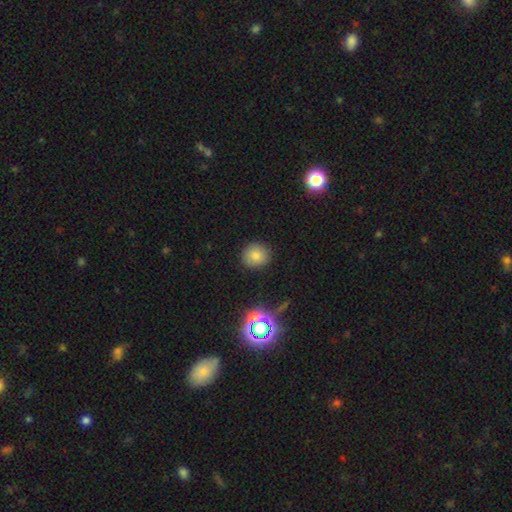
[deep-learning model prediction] Smooth or featured?
  - smooth: 77% *
  - star or artifact: 15%
  - featured or disk: 8%
How rounded?
  - round: 86% *
  - in between: 13%
  - cigar-shaped: 1%
Merging?
  - none: 88% *
  - minor disturbance: 8%
  - major disturbance: 2%
  - merger: 2%